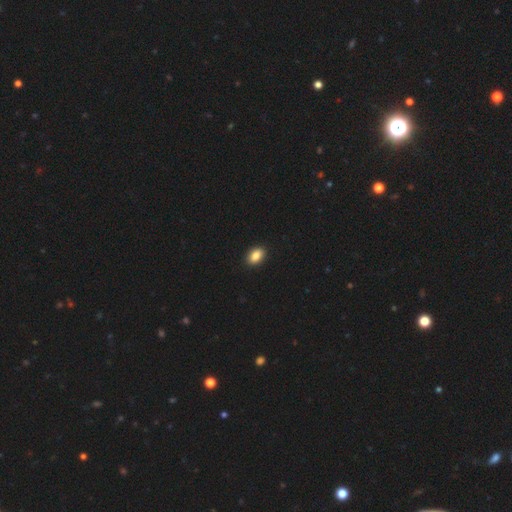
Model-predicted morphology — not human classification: smooth-or-featured: smooth: 87% | star or artifact: 8% | featured or disk: 5%
  how-rounded: in between: 86% | round: 12% | cigar-shaped: 1%
  merging: none: 92% | minor disturbance: 6% | major disturbance: 1% | merger: 1%